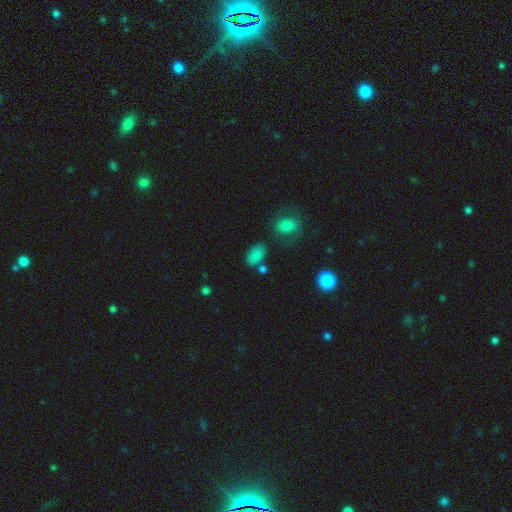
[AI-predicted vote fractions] Morphology: type=smooth (80%); roundness=in between (88%); merging=none (62%).